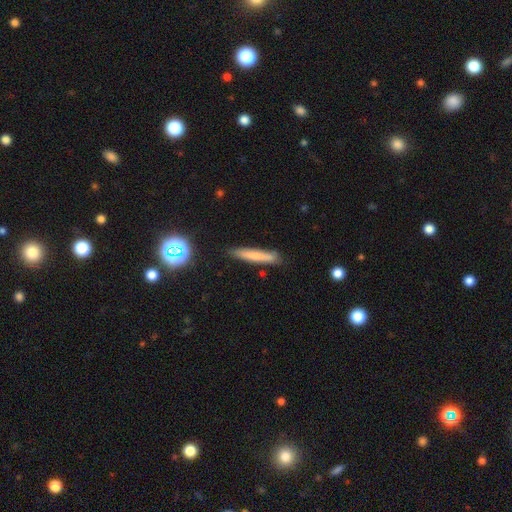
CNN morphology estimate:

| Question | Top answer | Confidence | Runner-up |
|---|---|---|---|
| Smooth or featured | smooth | 69% | featured or disk (22%) |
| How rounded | cigar-shaped | 93% | in between (6%) |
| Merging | none | 83% | minor disturbance (12%) |